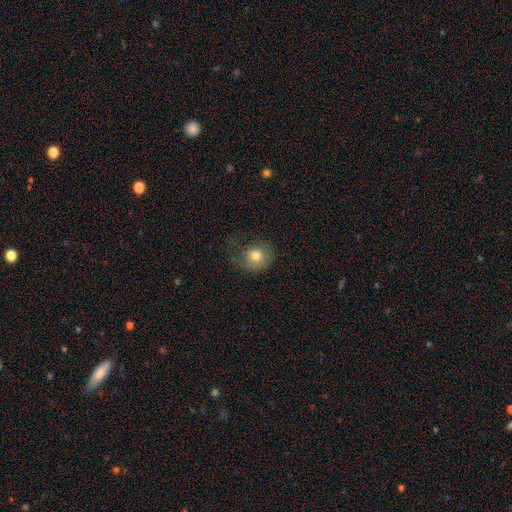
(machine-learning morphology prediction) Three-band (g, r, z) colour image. It shows a smooth galaxy with no disk features (75%) that is round (74%). Merging: none (42%).